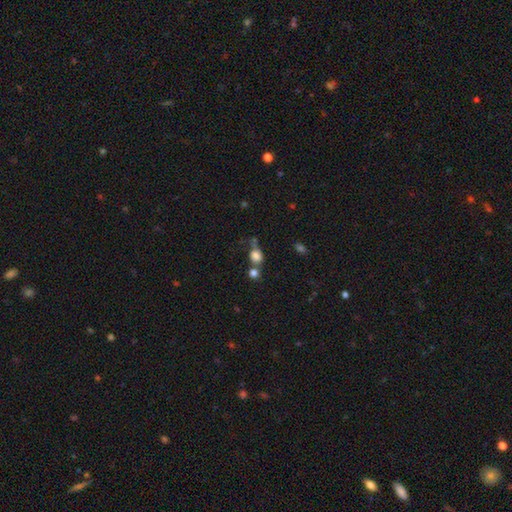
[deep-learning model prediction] smooth 79%, star or artifact 12%, featured or disk 9%. Down the decision tree: how rounded — round (62%); merging — none (40%).